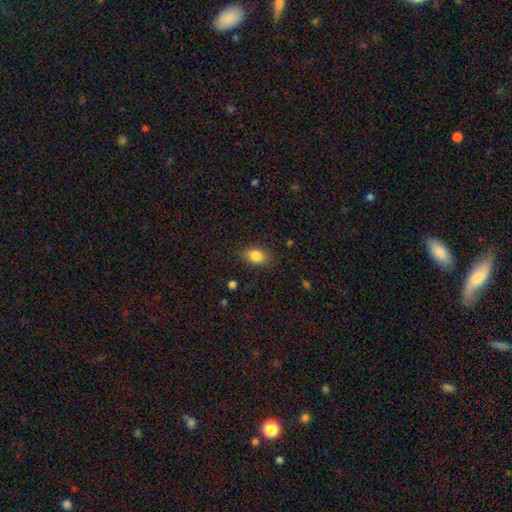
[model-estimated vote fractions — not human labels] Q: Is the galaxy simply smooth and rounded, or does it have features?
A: smooth — 83%.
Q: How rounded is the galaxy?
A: in between — 79%.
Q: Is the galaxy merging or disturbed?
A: none — 83%.